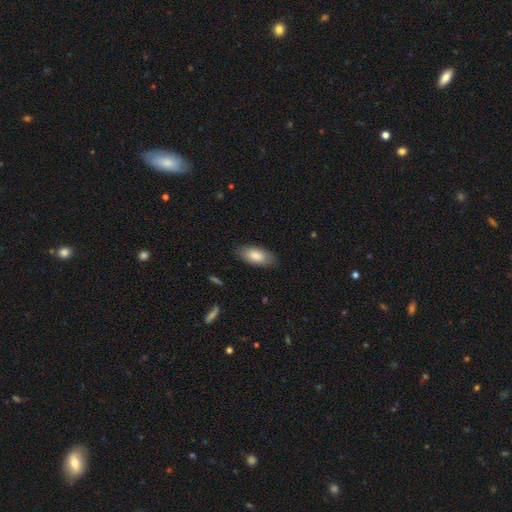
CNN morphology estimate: type=smooth (82%); roundness=in between (89%); merging=none (82%).